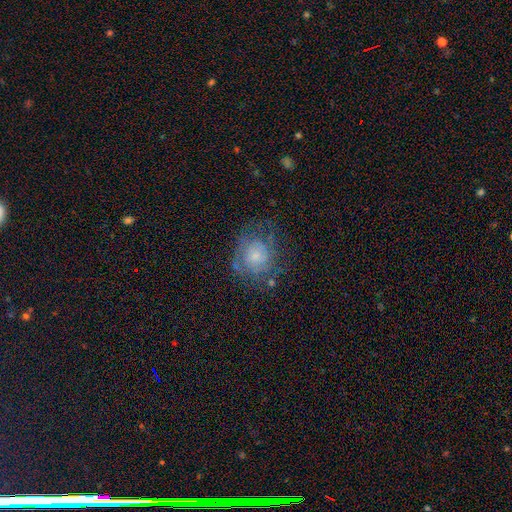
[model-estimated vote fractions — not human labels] featured or disk 47%, smooth 39%, star or artifact 13%. Down the decision tree: merging — none (61%).